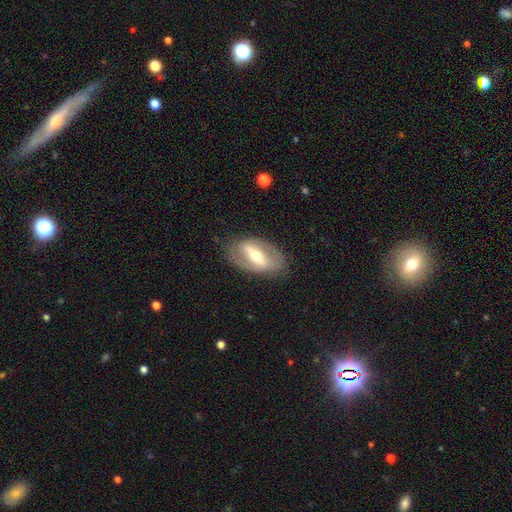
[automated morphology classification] Smooth or featured: featured or disk — 70% (smooth — 25%)
Edge-on disk: no — 87% (yes — 13%)
Bar: strong — 64% (weak — 23%)
Spiral arms: no — 56% (yes — 44%)
Bulge size: moderate — 62% (small — 29%)
Merging: none — 79% (minor disturbance — 13%)